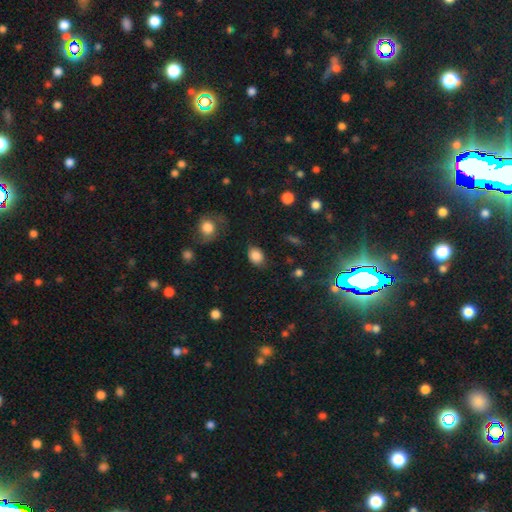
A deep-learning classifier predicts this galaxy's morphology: Smooth or featured: smooth — 85% (star or artifact — 9%)
How rounded: in between — 63% (round — 35%)
Merging: none — 77% (minor disturbance — 16%)